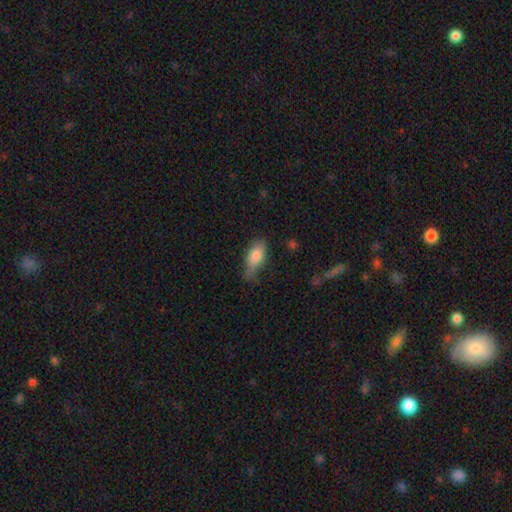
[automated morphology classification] Smooth or featured? Predicted: smooth (p=0.81). How rounded? Predicted: in between (p=0.86). Merging? Predicted: none (p=0.47).